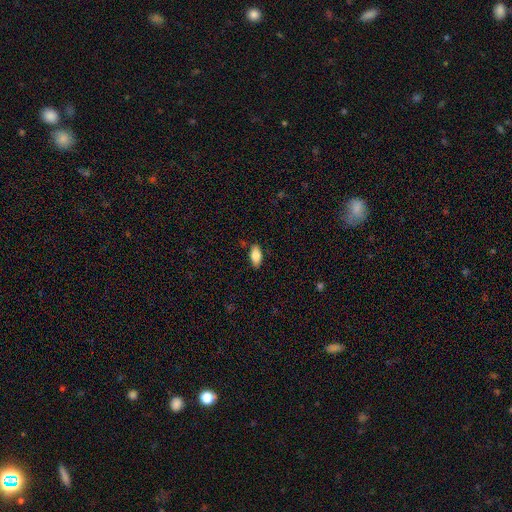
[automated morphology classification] smooth-or-featured: smooth: 82% | featured or disk: 11% | star or artifact: 7%
  how-rounded: in between: 91% | cigar-shaped: 7% | round: 3%
  merging: none: 85% | minor disturbance: 11% | major disturbance: 2% | merger: 2%